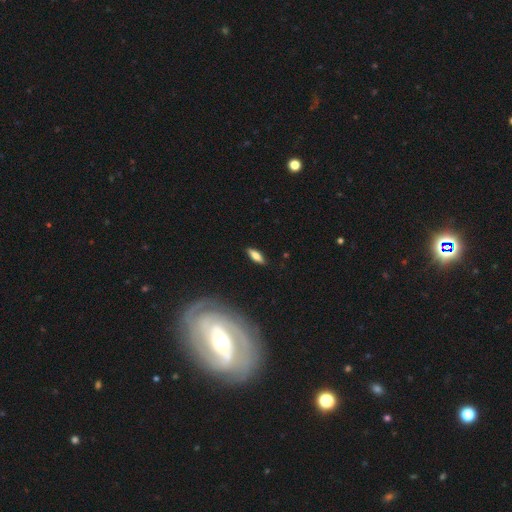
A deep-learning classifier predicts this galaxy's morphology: The model was most divided on "how rounded": in between: 63%, cigar-shaped: 34%, round: 3%. More confident: merging — none (86%); smooth or featured — smooth (66%).